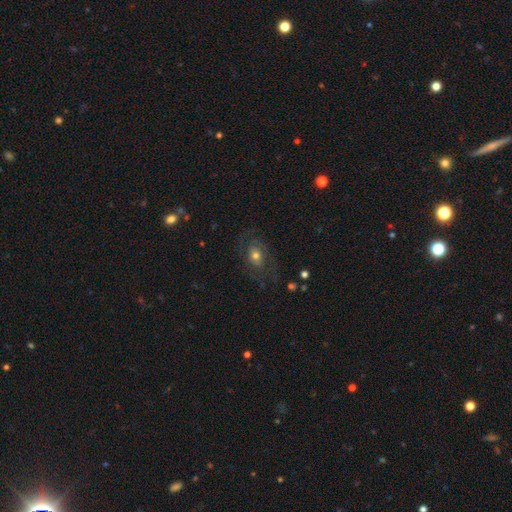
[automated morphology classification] This is possibly a featured or disk galaxy (48%). Merging: likely none (62%).